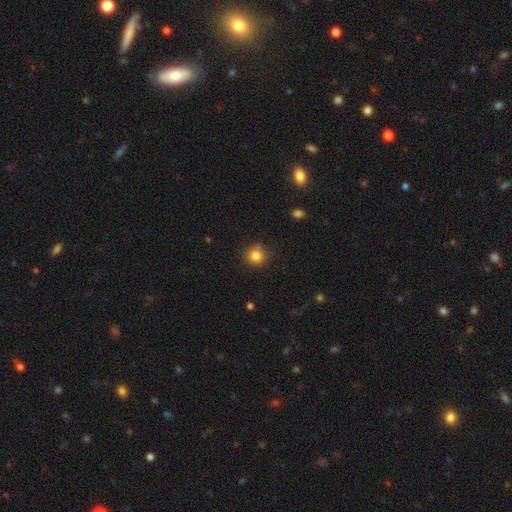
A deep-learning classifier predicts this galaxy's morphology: Smooth or featured? Predicted: smooth (p=0.84). How rounded? Predicted: round (p=0.91). Merging? Predicted: none (p=0.81).